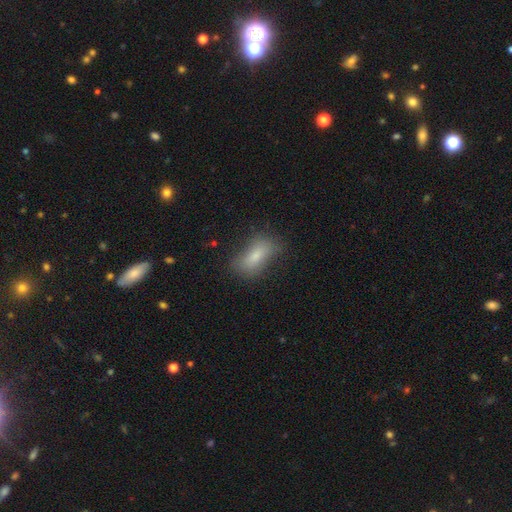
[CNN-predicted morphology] Q: Smooth or featured?
A: smooth (77%); runner-up: featured or disk (14%)
Q: How rounded?
A: in between (81%); runner-up: cigar-shaped (14%)
Q: Merging?
A: none (69%); runner-up: minor disturbance (21%)